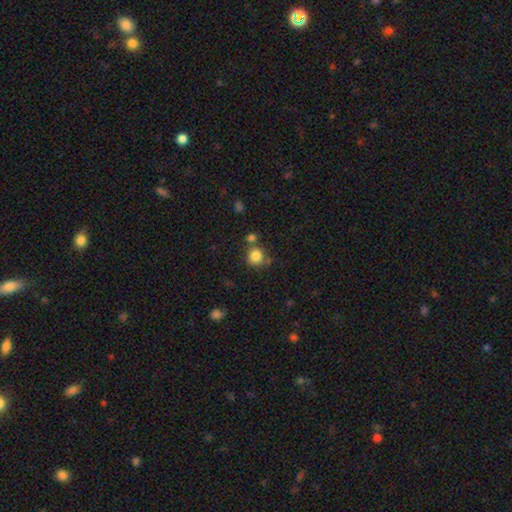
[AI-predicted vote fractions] Smooth or featured? smooth (83%)
How rounded? round (87%)
Merging? none (65%)